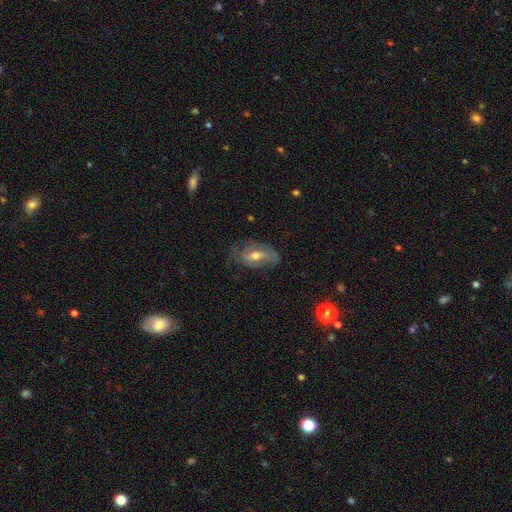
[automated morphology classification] Smooth or featured: featured or disk — 68% (smooth — 24%)
Edge-on disk: no — 91% (yes — 9%)
Bar: weak — 47% (no — 32%)
Spiral arms: yes — 82% (no — 18%)
Spiral winding: medium — 41% (tight — 39%)
Spiral arm count: 2 — 54% (can't tell — 27%)
Bulge size: moderate — 69% (small — 22%)
Merging: none — 68% (minor disturbance — 22%)